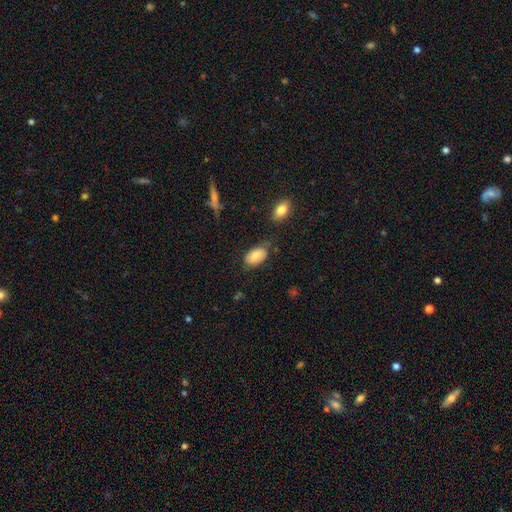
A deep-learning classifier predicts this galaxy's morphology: type=smooth (79%); roundness=in between (93%); merging=none (61%).